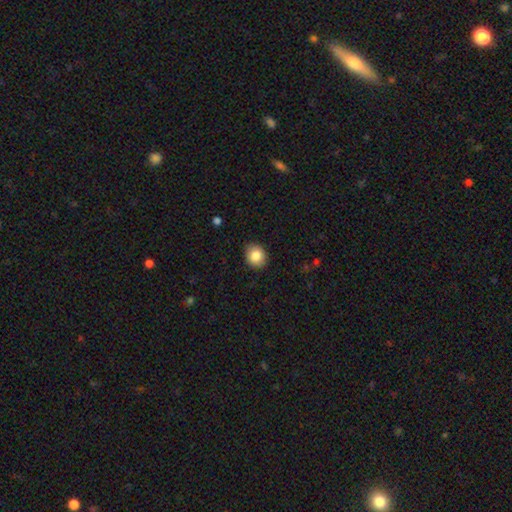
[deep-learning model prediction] The model was most divided on "how rounded": round: 66%, in between: 33%, cigar-shaped: 1%. More confident: merging — none (89%); smooth or featured — smooth (85%).